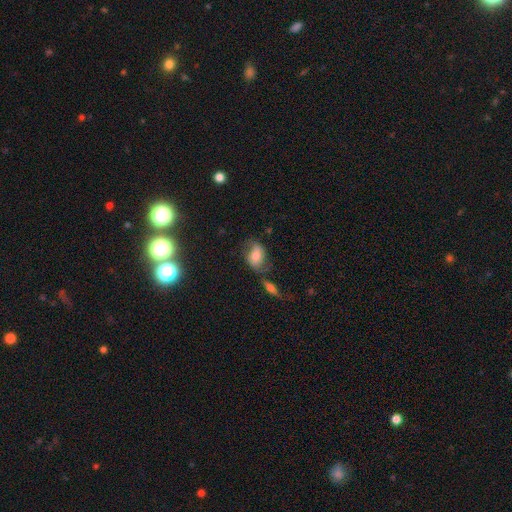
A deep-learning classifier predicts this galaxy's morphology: smooth-or-featured: smooth: 57% | featured or disk: 32% | star or artifact: 11%
  how-rounded: in between: 81% | round: 16% | cigar-shaped: 3%
  merging: none: 50% | minor disturbance: 24% | merger: 14% | major disturbance: 12%